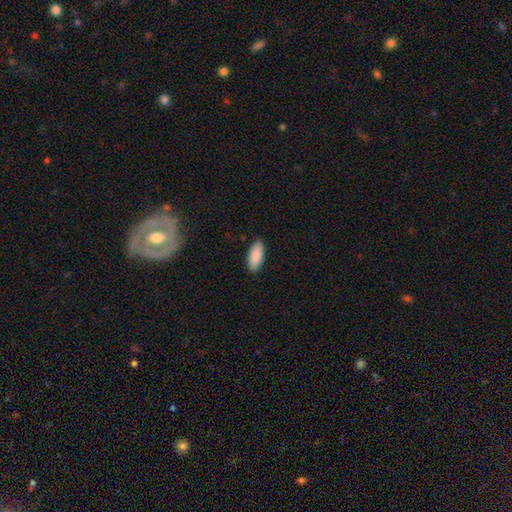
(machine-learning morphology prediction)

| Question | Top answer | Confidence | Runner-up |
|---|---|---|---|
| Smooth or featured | smooth | 90% | star or artifact (6%) |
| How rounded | in between | 87% | cigar-shaped (12%) |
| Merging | none | 90% | minor disturbance (7%) |